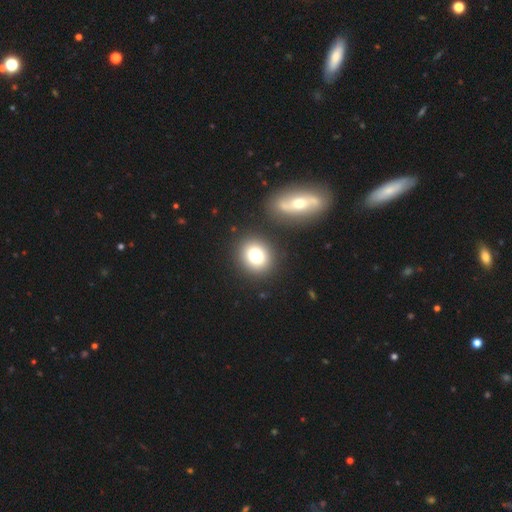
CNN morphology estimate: smooth-or-featured: smooth: 79% | star or artifact: 11% | featured or disk: 10%
  how-rounded: round: 76% | in between: 23% | cigar-shaped: 1%
  merging: none: 83% | merger: 8% | minor disturbance: 7% | major disturbance: 3%